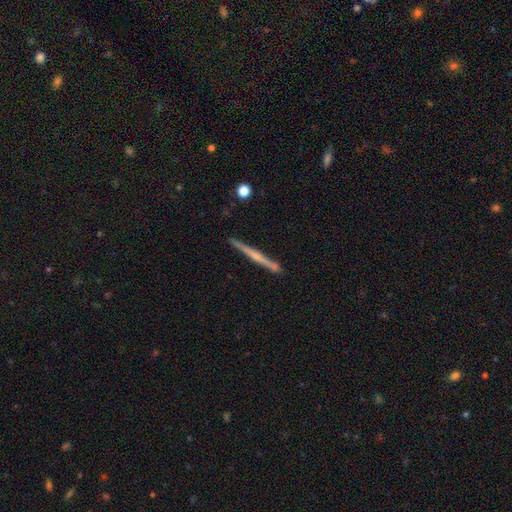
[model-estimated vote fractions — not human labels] The model was most divided on "edge-on bulge": rounded: 50%, none: 38%, boxy: 11%. More confident: edge-on disk — yes (98%); merging — none (88%); smooth or featured — featured or disk (67%).